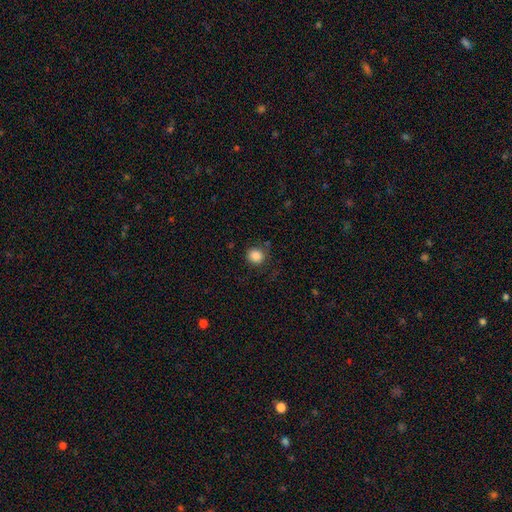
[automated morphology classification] Smooth or featured? smooth (86%)
How rounded? round (87%)
Merging? none (83%)